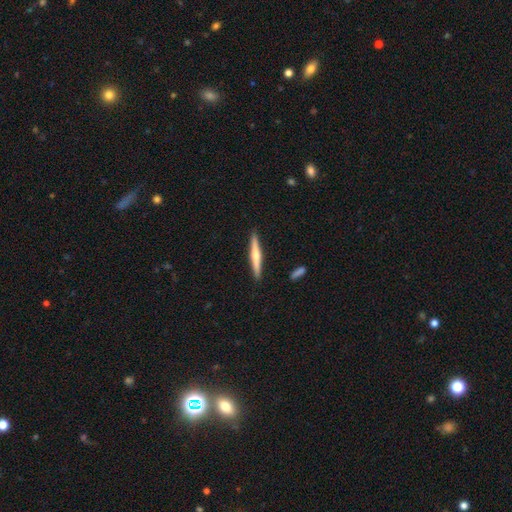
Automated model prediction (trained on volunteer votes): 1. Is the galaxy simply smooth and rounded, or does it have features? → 55% featured or disk, 40% smooth, 5% star or artifact.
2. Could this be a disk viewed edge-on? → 97% yes, 3% no.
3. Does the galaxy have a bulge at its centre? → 80% rounded, 15% none, 5% boxy.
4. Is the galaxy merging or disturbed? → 91% none, 7% minor disturbance, 2% merger, 1% major disturbance.